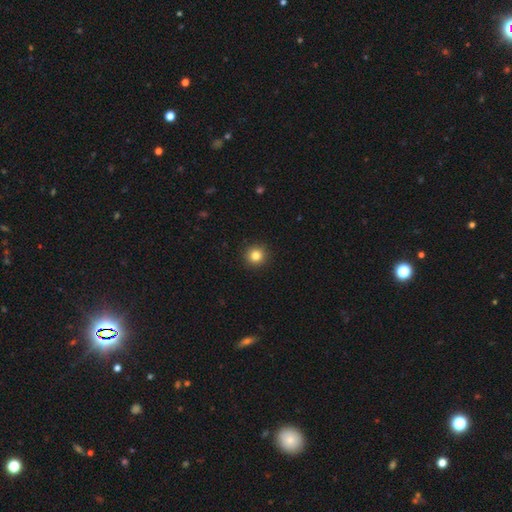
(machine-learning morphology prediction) Smooth or featured: smooth — 83% (star or artifact — 11%)
How rounded: round — 95% (in between — 4%)
Merging: none — 92% (minor disturbance — 5%)